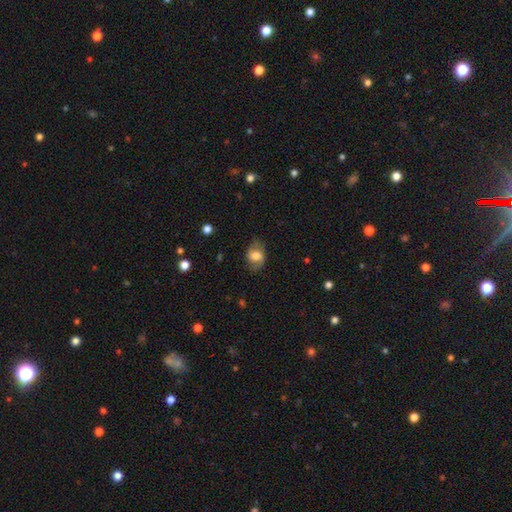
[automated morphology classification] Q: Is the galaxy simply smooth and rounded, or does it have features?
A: smooth — 65%.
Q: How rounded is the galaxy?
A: in between — 68%.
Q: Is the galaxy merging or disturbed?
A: none — 68%.